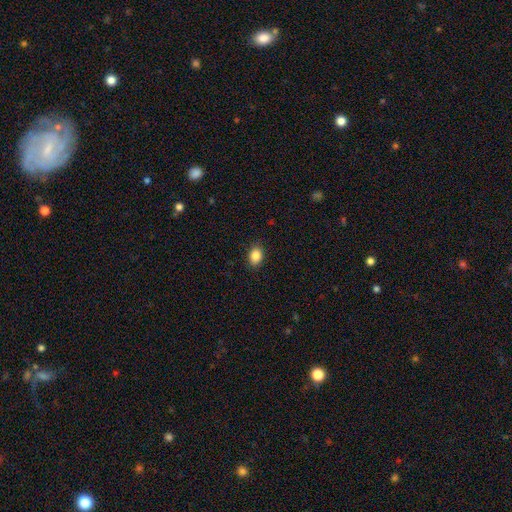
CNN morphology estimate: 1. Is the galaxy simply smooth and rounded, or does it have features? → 86% smooth, 9% star or artifact, 5% featured or disk.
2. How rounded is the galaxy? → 75% in between, 23% round, 1% cigar-shaped.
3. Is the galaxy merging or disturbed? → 88% none, 9% minor disturbance, 2% major disturbance, 1% merger.